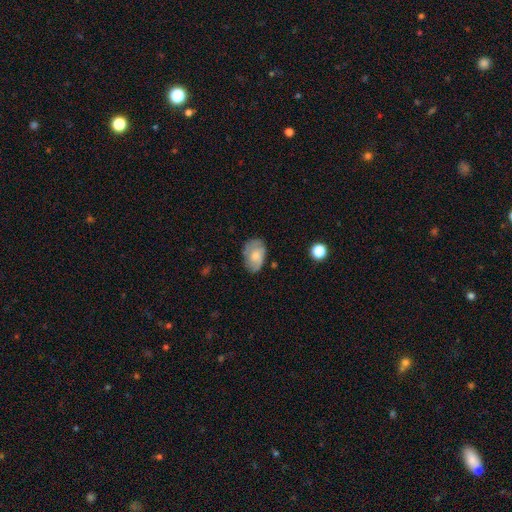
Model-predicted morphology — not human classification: type=smooth (57%); roundness=in between (85%); merging=none (64%).